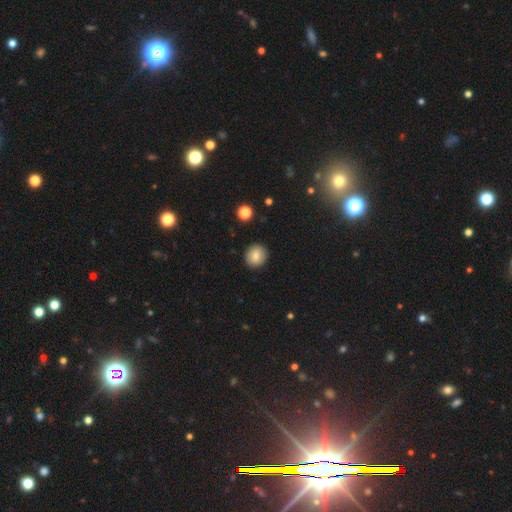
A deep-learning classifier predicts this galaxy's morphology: A smooth galaxy with no disk features (83%) that is round (86%). Merging: none (91%).